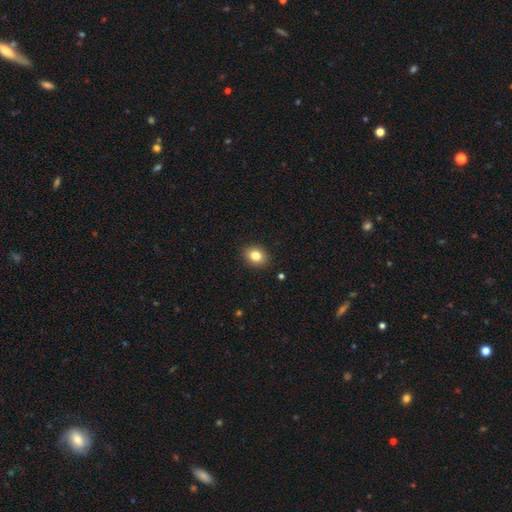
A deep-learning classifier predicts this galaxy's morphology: Smooth or featured? smooth (82%)
How rounded? in between (50%)
Merging? none (90%)